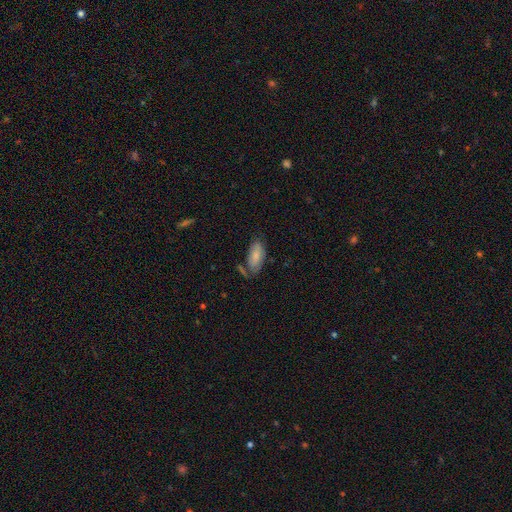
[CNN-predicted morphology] smooth-or-featured: smooth: 78% | featured or disk: 15% | star or artifact: 7%
  how-rounded: in between: 89% | cigar-shaped: 8% | round: 2%
  merging: none: 65% | minor disturbance: 21% | merger: 8% | major disturbance: 6%